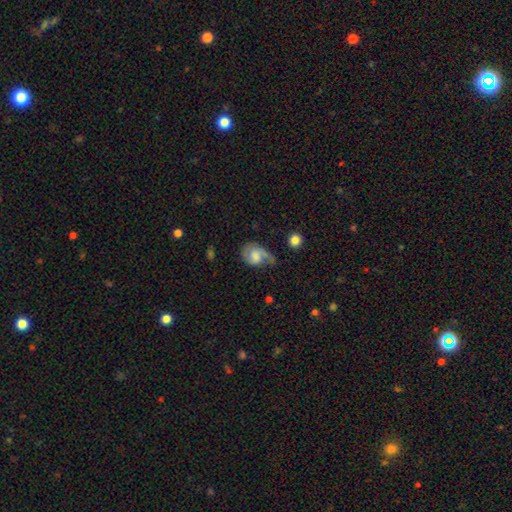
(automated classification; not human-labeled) A featured or disk galaxy (55%) with no bar (53%), spiral arms (87%) and a moderate central bulge (32%).

Vote fractions:
- Smooth or featured? featured or disk: 55% / smooth: 38% / star or artifact: 7%
- Edge-on disk? no: 97% / yes: 3%
- Bar? no: 53% / weak: 39% / strong: 8%
- Spiral arms? yes: 87% / no: 13%
- Bulge size? moderate: 32% / large: 23% / none: 22% / small: 19% / dominant: 4%
- Merging? none: 35% / major disturbance: 31% / minor disturbance: 30% / merger: 4%